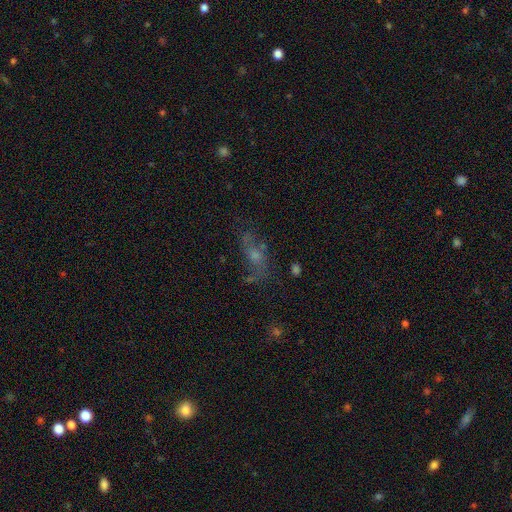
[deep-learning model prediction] A featured or disk galaxy (44%). Merging: none (54%).